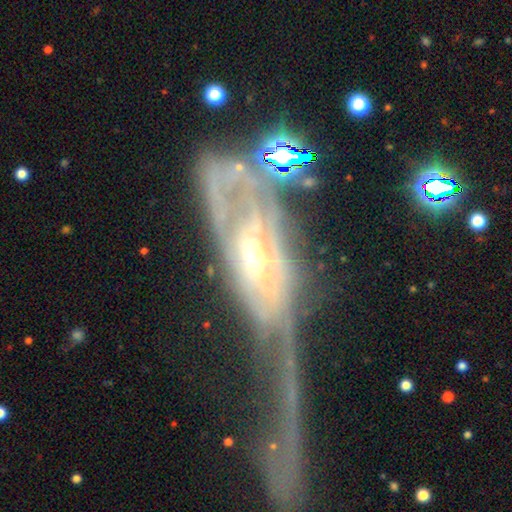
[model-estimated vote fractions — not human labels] A featured or disk galaxy (79%) with no bar (58%), spiral arms (73%) and a moderate central bulge (49%). Merging: major disturbance (53%).